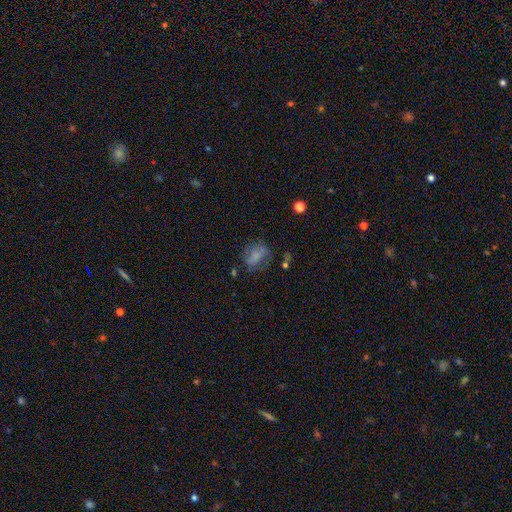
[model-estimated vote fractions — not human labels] smooth 56%, featured or disk 31%, star or artifact 13%. Down the decision tree: how rounded — in between (63%); merging — none (50%).